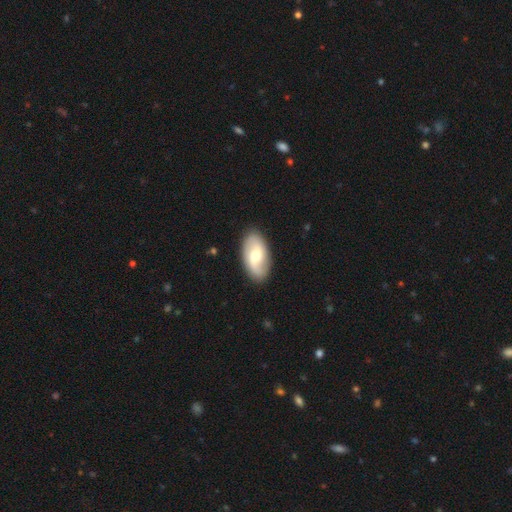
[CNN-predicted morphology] This is possibly a featured or disk galaxy (54%). It is clearly not viewed edge-on (93%). Merging: clearly none (88%).